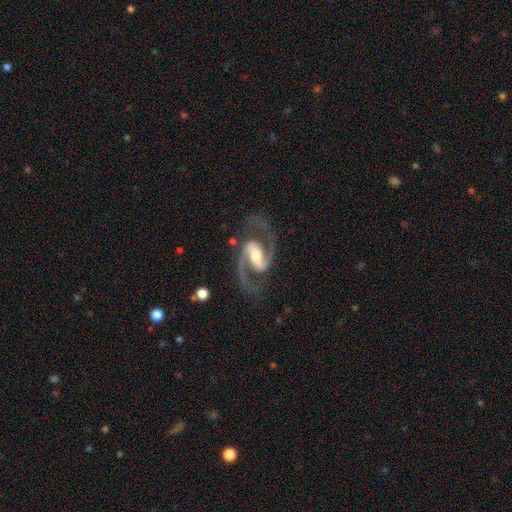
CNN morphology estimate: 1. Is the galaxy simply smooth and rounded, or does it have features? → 94% featured or disk, 4% star or artifact, 3% smooth.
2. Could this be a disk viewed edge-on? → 98% no, 2% yes.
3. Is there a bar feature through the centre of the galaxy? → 45% strong, 40% weak, 16% no.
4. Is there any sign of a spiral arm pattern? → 98% yes, 2% no.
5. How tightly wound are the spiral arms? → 68% medium, 19% loose, 13% tight.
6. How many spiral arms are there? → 95% 2, 1% can't tell, 1% 1, 1% 3, 1% 4, 1% more than 4.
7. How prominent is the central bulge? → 60% moderate, 23% small, 13% large, 2% none, 1% dominant.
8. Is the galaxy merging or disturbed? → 80% none, 12% minor disturbance, 6% major disturbance, 2% merger.